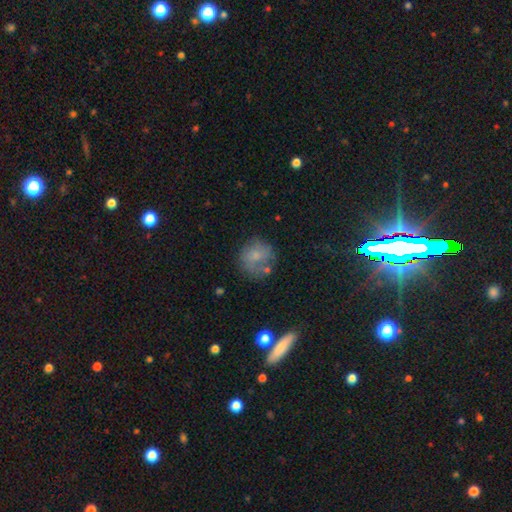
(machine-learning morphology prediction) This is likely a smooth galaxy (66%). How rounded: clearly round (82%). Merging: possibly none (54%).